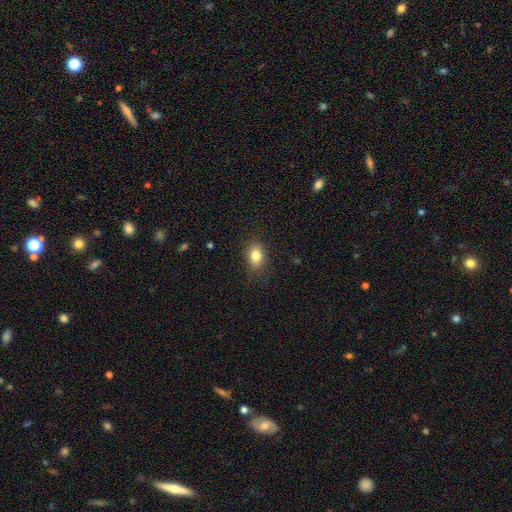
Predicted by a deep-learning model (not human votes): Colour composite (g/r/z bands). It shows a smooth galaxy with no disk features (82%) that is in between round and cigar-shaped (75%). Merging: none (85%).